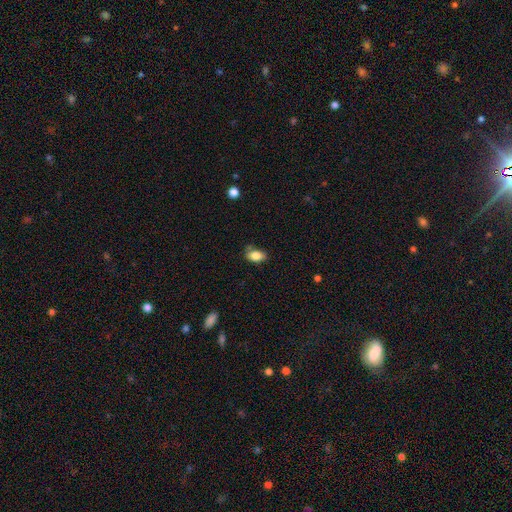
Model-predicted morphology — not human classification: A smooth galaxy with no disk features (84%) that is in between round and cigar-shaped (87%). Merging: none (70%).